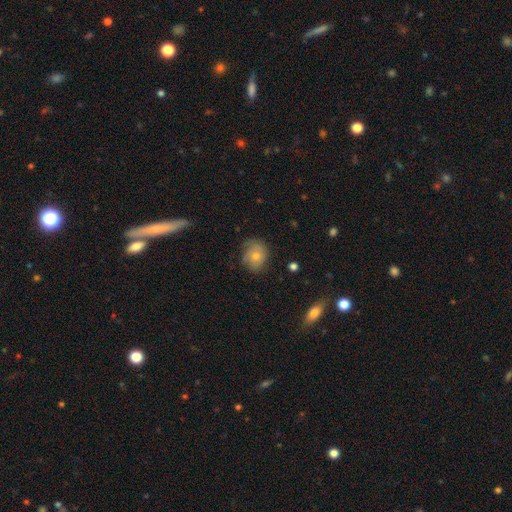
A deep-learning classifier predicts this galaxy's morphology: smooth_or_featured: smooth (p=0.63) [alt: featured or disk p=0.28]
how_rounded: round (p=0.68) [alt: in between p=0.31]
merging: none (p=0.65) [alt: minor disturbance p=0.26]